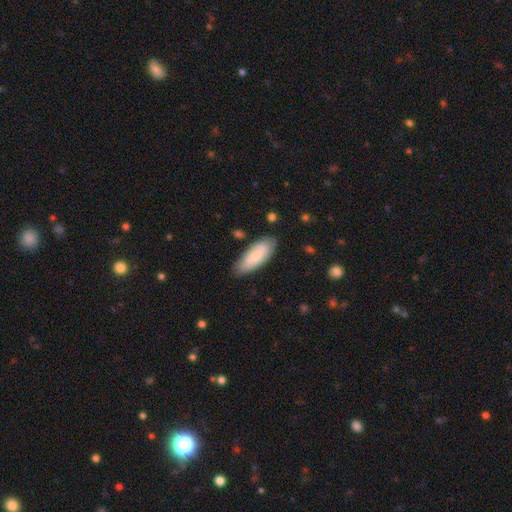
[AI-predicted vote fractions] Smooth or featured? Predicted: smooth (p=0.69). How rounded? Predicted: in between (p=0.79). Merging? Predicted: none (p=0.75).